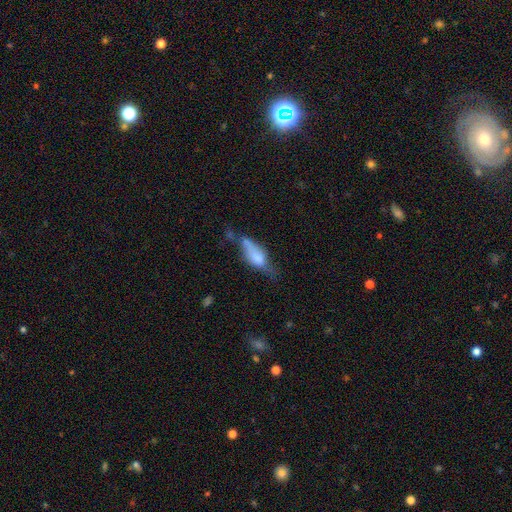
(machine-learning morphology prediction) The model was most divided on "merging": minor disturbance: 30%, none: 27%, major disturbance: 24%, merger: 18%. More confident: how rounded — in between (69%); smooth or featured — smooth (62%).